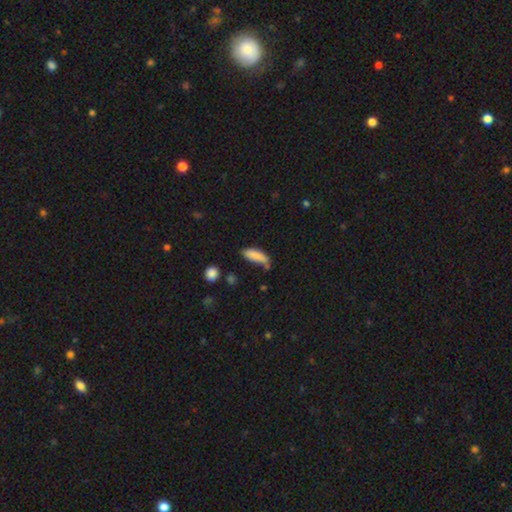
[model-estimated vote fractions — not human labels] smooth_or_featured: smooth (p=0.84) [alt: featured or disk p=0.08]
how_rounded: in between (p=0.63) [alt: cigar-shaped p=0.35]
merging: none (p=0.52) [alt: minor disturbance p=0.29]